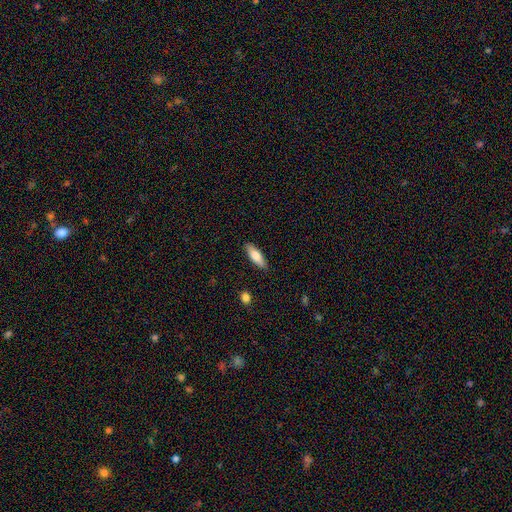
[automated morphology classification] This is likely a smooth galaxy (74%). How rounded: possibly in between (54%). Merging: clearly none (88%).